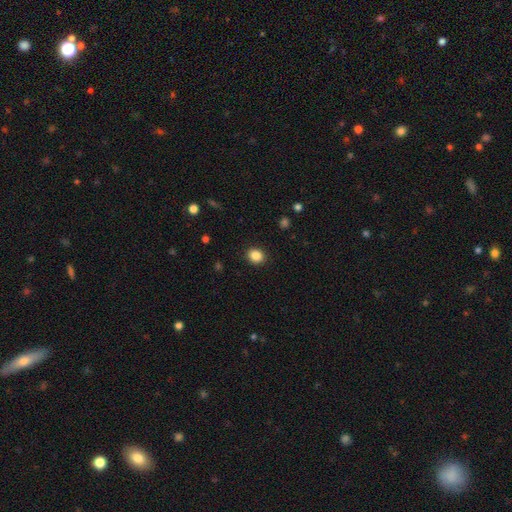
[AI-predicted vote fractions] This is clearly a smooth galaxy (86%). How rounded: likely round (66%). Merging: clearly none (91%).